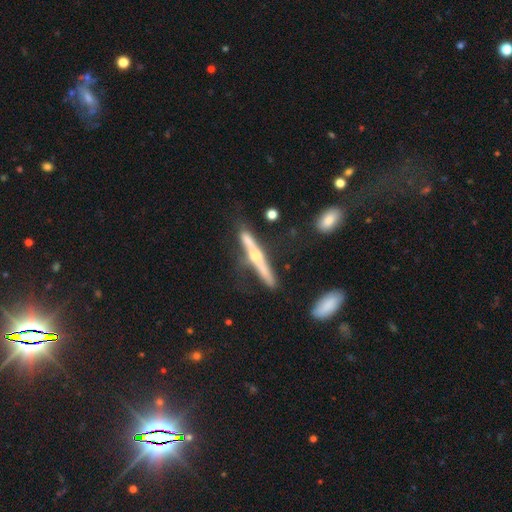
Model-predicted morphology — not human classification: A featured or disk galaxy (73%) viewed edge-on (96%) with a rounded central bulge (85%).

Vote fractions:
- Smooth or featured? featured or disk: 73% / smooth: 21% / star or artifact: 6%
- Edge-on disk? yes: 96% / no: 4%
- Edge-on bulge? rounded: 85% / none: 10% / boxy: 5%
- Merging? none: 71% / minor disturbance: 17% / merger: 7% / major disturbance: 5%